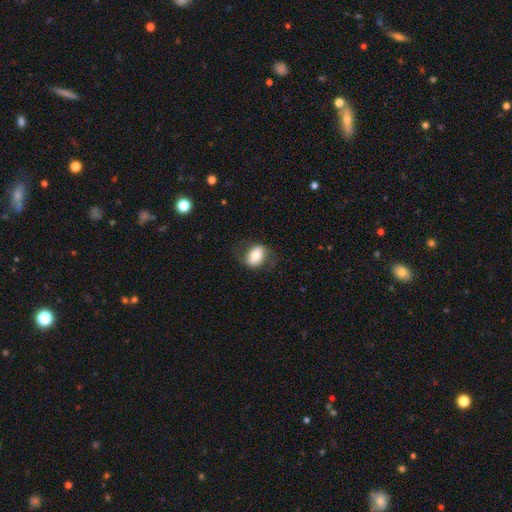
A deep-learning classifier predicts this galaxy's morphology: smooth-or-featured: smooth: 64% | featured or disk: 28% | star or artifact: 8%
  how-rounded: in between: 79% | round: 19% | cigar-shaped: 2%
  merging: none: 70% | minor disturbance: 19% | major disturbance: 10% | merger: 1%